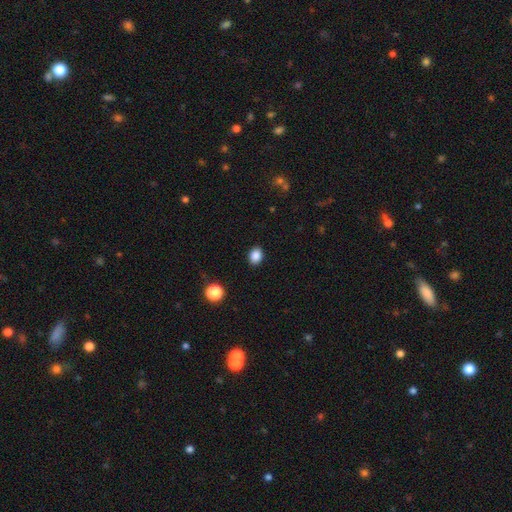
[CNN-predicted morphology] A smooth galaxy with no disk features (87%) that is in between round and cigar-shaped (60%).

Vote fractions:
- Smooth or featured? smooth: 87% / star or artifact: 10% / featured or disk: 3%
- How rounded? in between: 60% / round: 39% / cigar-shaped: 1%
- Merging? none: 90% / minor disturbance: 7% / major disturbance: 2% / merger: 1%